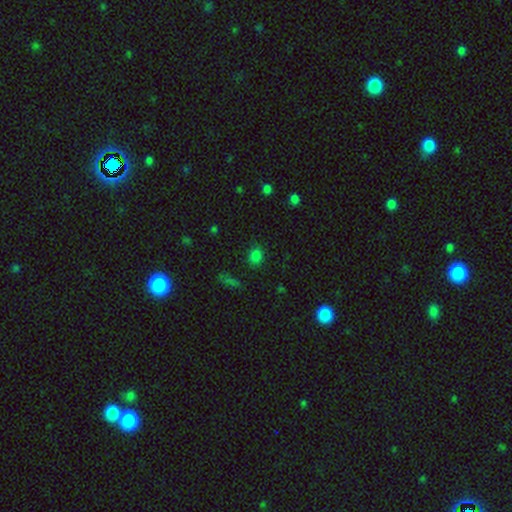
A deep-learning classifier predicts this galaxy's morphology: Smooth or featured: smooth — 80% (star or artifact — 16%)
How rounded: round — 62% (in between — 36%)
Merging: none — 84% (minor disturbance — 11%)